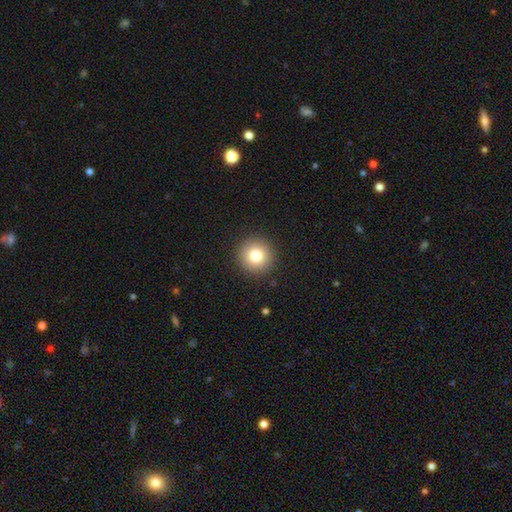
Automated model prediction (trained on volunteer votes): A smooth galaxy with no disk features (81%) that is round (95%). Merging: none (92%).